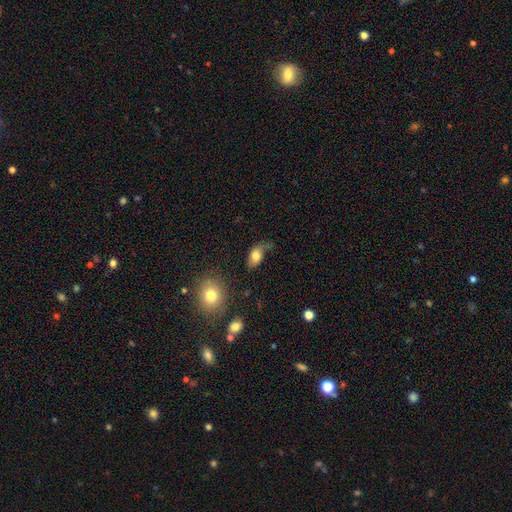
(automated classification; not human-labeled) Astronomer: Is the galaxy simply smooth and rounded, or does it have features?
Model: smooth — 74%.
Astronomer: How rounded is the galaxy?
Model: in between — 84%.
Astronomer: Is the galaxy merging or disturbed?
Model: none — 42% (runner-up: minor disturbance, 30%).